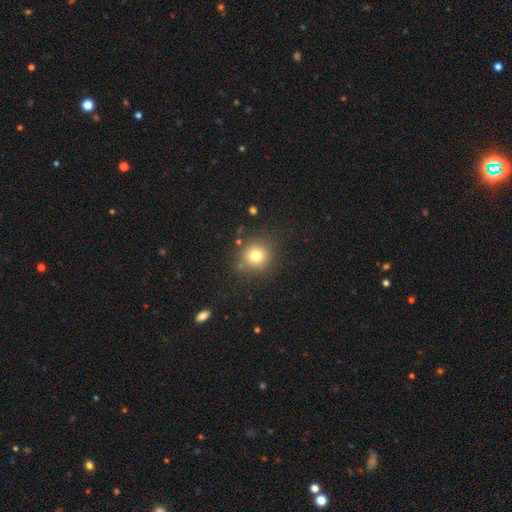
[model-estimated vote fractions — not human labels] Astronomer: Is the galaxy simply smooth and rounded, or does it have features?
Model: smooth — 77%.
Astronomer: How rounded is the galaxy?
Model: round — 89%.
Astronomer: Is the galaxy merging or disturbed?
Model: none — 83%.